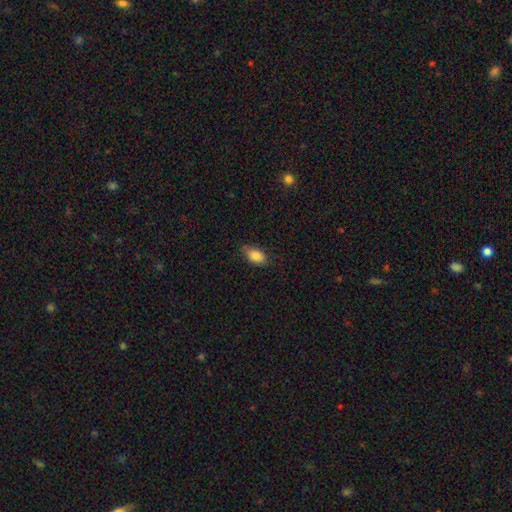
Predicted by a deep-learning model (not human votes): Overall: smooth (86%). How rounded: in between (90%). Merging: none (77%).